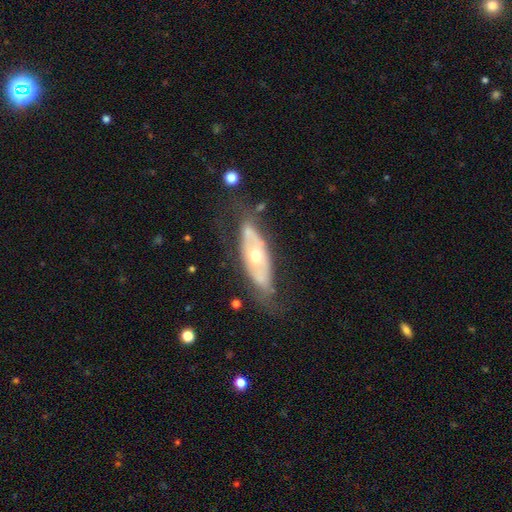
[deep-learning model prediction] featured or disk 68%, smooth 26%, star or artifact 6%. Down the decision tree: edge-on disk — no (78%); bar — no (83%); spiral arms — no (64%); bulge size — moderate (64%); merging — none (65%).